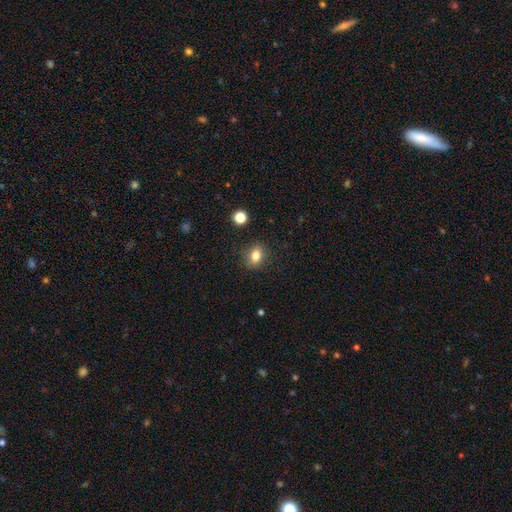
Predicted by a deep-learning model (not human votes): Q: Smooth or featured?
A: smooth (80%); runner-up: star or artifact (11%)
Q: How rounded?
A: in between (60%); runner-up: round (38%)
Q: Merging?
A: none (86%); runner-up: minor disturbance (10%)